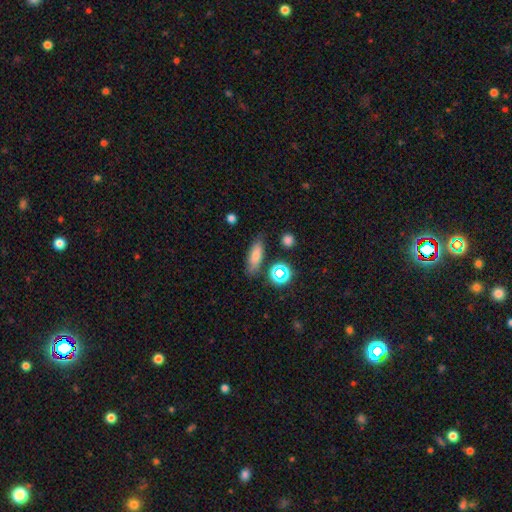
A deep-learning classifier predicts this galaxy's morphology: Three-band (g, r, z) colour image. It shows a smooth galaxy with no disk features (73%) that is in between round and cigar-shaped (59%). Merging: none (77%).